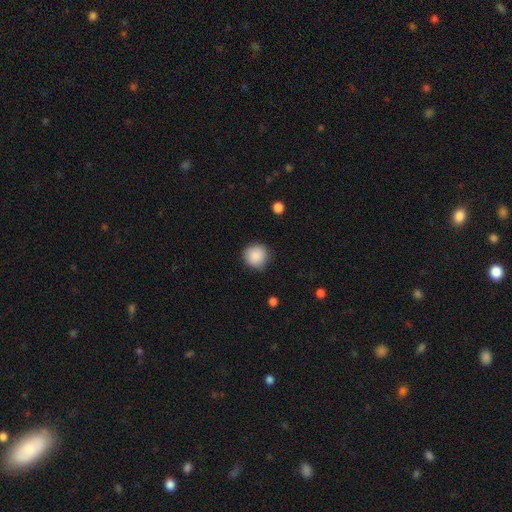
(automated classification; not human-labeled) smooth_or_featured: smooth (p=0.88) [alt: star or artifact p=0.08]
how_rounded: round (p=0.93) [alt: in between p=0.06]
merging: none (p=0.86) [alt: minor disturbance p=0.11]